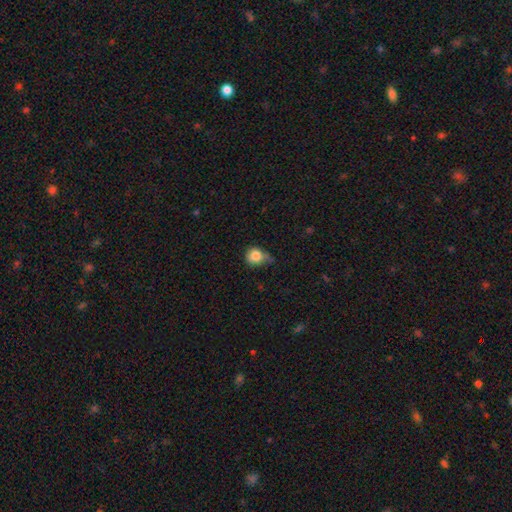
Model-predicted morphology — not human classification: Smooth or featured? smooth (82%)
How rounded? round (78%)
Merging? none (41%)